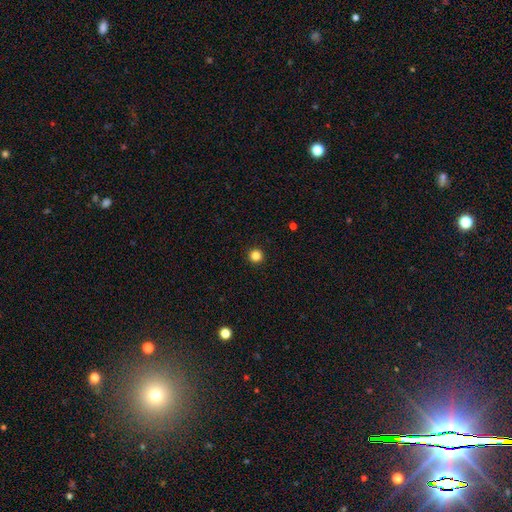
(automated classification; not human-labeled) Smooth or featured? Predicted: smooth (p=0.84). How rounded? Predicted: round (p=0.97). Merging? Predicted: none (p=0.94).